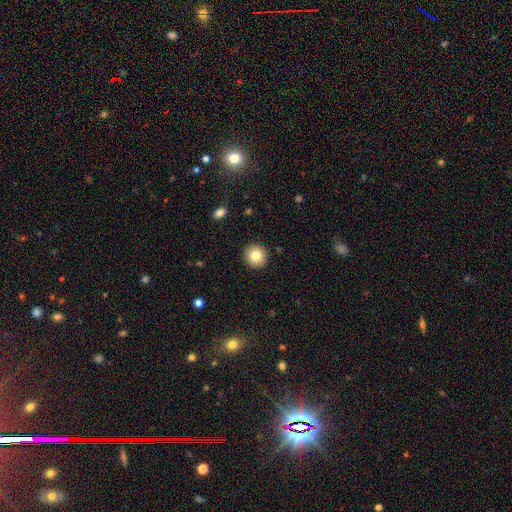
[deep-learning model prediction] Smooth or featured?
  - smooth: 81% *
  - featured or disk: 10%
  - star or artifact: 9%
How rounded?
  - round: 93% *
  - in between: 6%
  - cigar-shaped: 1%
Merging?
  - none: 92% *
  - minor disturbance: 5%
  - major disturbance: 2%
  - merger: 1%